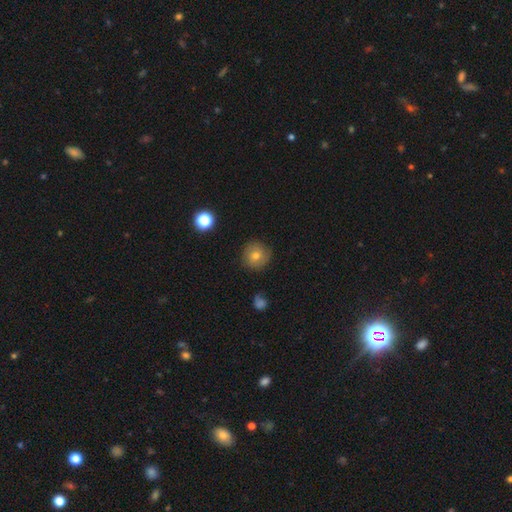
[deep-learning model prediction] smooth-or-featured: smooth: 68% | featured or disk: 20% | star or artifact: 13%
  how-rounded: round: 92% | in between: 7% | cigar-shaped: 1%
  merging: none: 84% | minor disturbance: 12% | major disturbance: 3% | merger: 1%